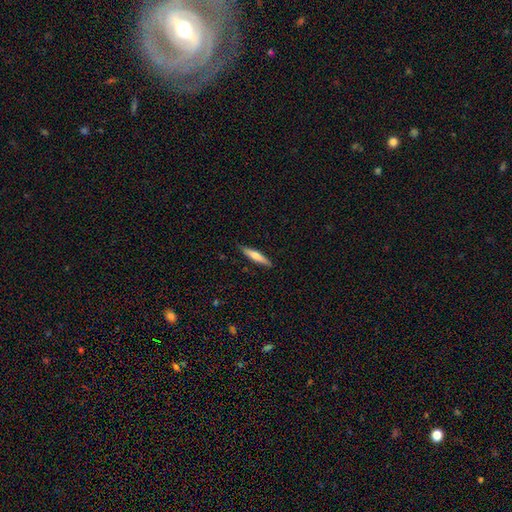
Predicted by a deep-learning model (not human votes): smooth 56%, featured or disk 39%, star or artifact 5%. Down the decision tree: how rounded — cigar-shaped (88%); merging — none (89%).